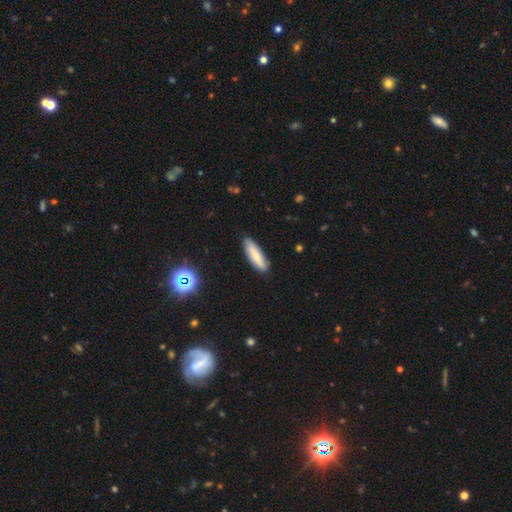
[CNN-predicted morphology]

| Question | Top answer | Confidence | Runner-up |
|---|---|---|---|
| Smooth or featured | smooth | 73% | featured or disk (20%) |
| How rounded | cigar-shaped | 61% | in between (38%) |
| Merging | none | 85% | minor disturbance (12%) |